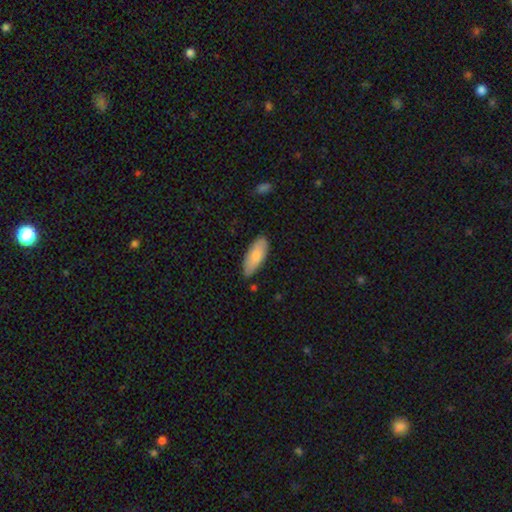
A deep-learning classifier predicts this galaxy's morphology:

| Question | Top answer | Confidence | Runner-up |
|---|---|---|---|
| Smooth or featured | smooth | 78% | featured or disk (16%) |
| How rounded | in between | 79% | cigar-shaped (19%) |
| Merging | none | 79% | minor disturbance (17%) |